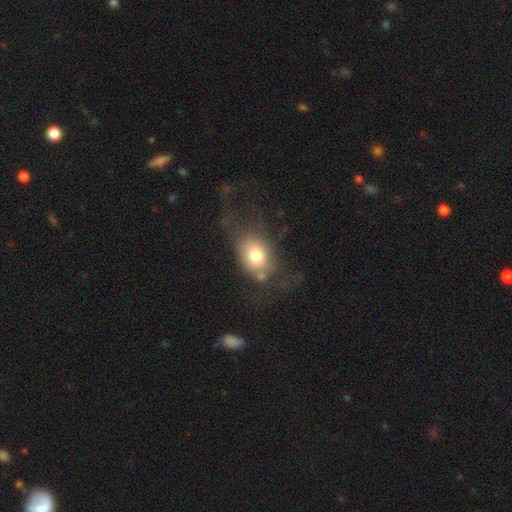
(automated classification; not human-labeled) Morphology: type=smooth (73%); roundness=in between (71%); merging=none (45%).